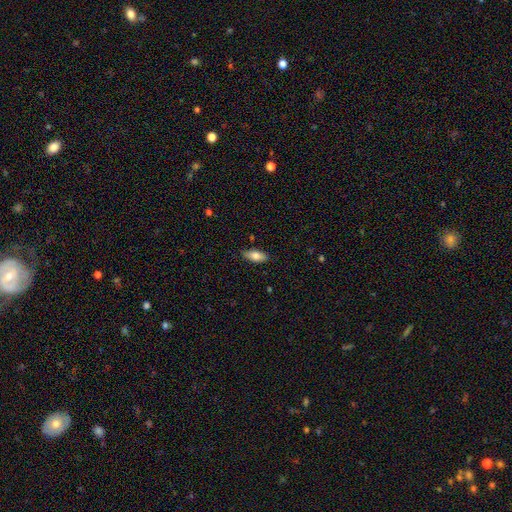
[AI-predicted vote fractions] smooth-or-featured: smooth: 76% | featured or disk: 18% | star or artifact: 6%
  how-rounded: in between: 83% | cigar-shaped: 15% | round: 2%
  merging: none: 85% | minor disturbance: 12% | major disturbance: 2% | merger: 1%